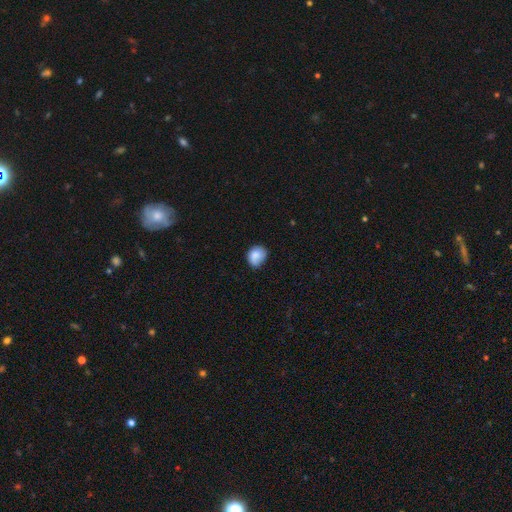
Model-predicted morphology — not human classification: The model was most divided on "how rounded": round: 64%, in between: 35%, cigar-shaped: 1%. More confident: smooth or featured — smooth (82%); merging — none (62%).